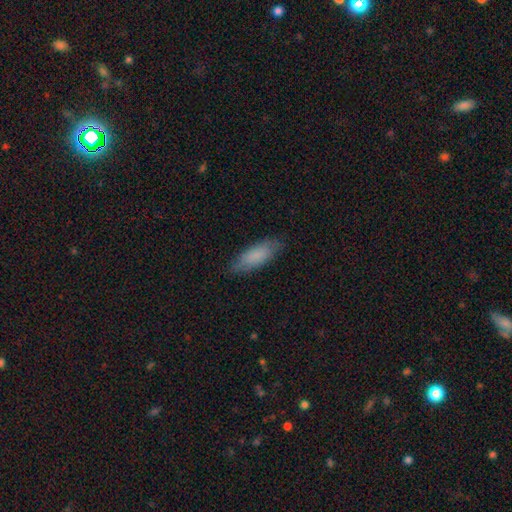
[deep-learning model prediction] Morphology: type=smooth (82%); roundness=in between (60%); merging=none (81%).